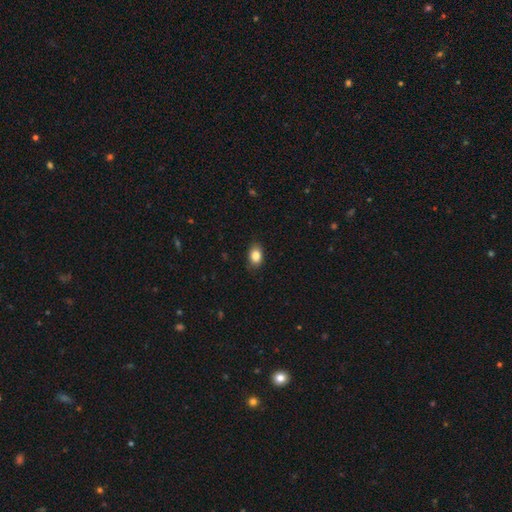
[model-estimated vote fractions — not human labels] A smooth galaxy with no disk features (85%) that is in between round and cigar-shaped (76%).

Vote fractions:
- Smooth or featured? smooth: 85% / star or artifact: 9% / featured or disk: 6%
- How rounded? in between: 76% / round: 23% / cigar-shaped: 1%
- Merging? none: 85% / minor disturbance: 12% / major disturbance: 2% / merger: 1%